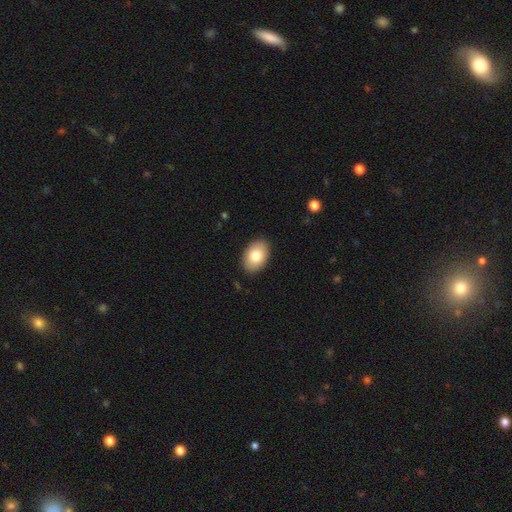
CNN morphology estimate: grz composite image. It shows a smooth galaxy with no disk features (80%) that is in between round and cigar-shaped (87%). Merging: none (89%).